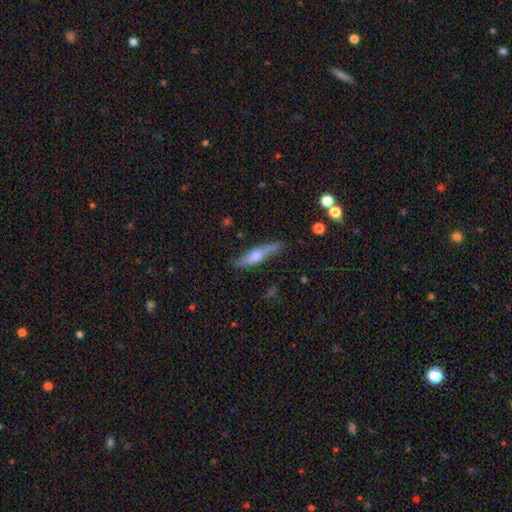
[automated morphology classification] This is possibly a featured or disk galaxy (47%, tied with smooth). Merging: likely none (74%).